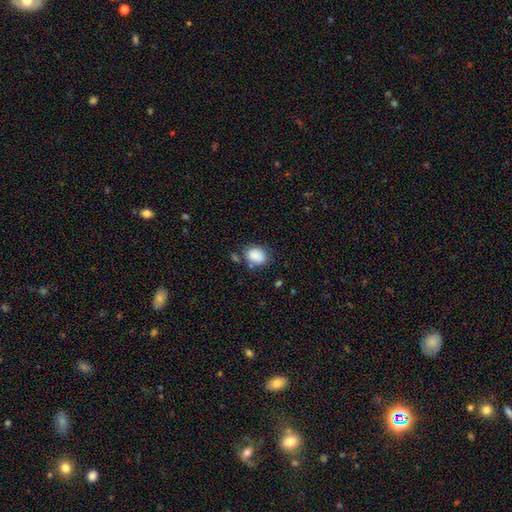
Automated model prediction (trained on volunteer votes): Smooth or featured? Predicted: smooth (p=0.87). How rounded? Predicted: in between (p=0.63). Merging? Predicted: none (p=0.68).